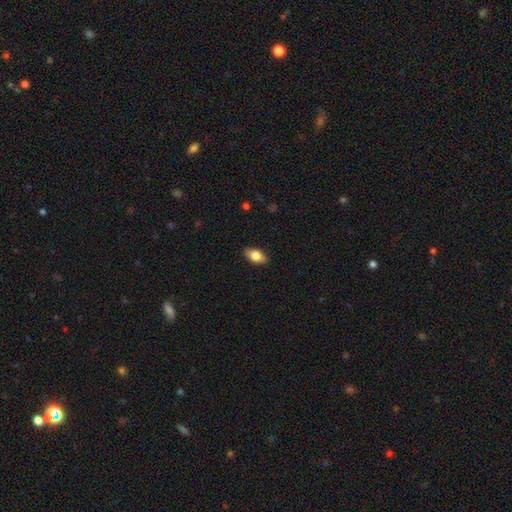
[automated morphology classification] A smooth galaxy with no disk features (81%) that is in between round and cigar-shaped (90%). Merging: none (89%).